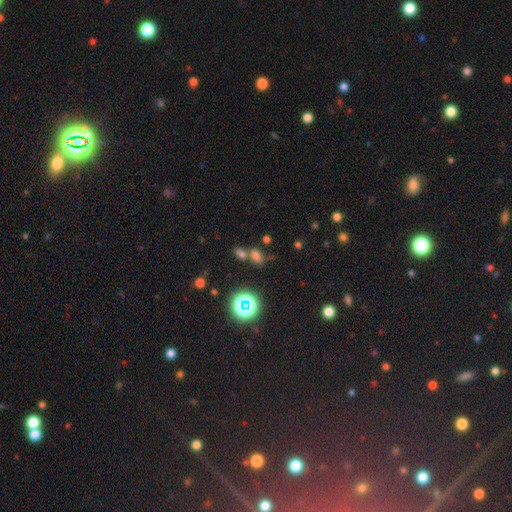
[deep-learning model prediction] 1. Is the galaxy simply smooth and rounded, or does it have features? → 62% smooth, 29% star or artifact, 9% featured or disk.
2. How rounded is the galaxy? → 78% in between, 17% round, 5% cigar-shaped.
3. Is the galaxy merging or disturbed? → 46% none, 38% merger, 10% minor disturbance, 5% major disturbance.